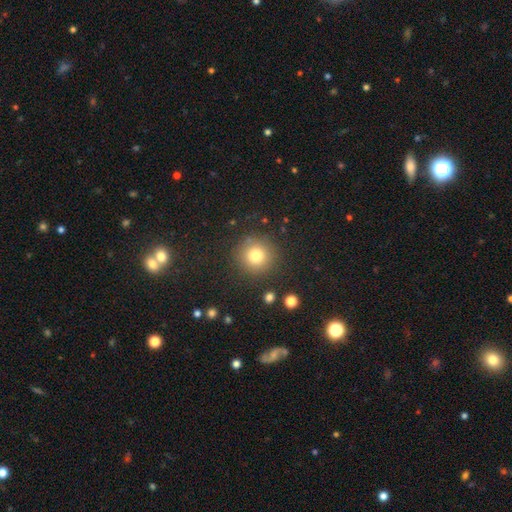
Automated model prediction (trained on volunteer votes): Smooth or featured?
  - smooth: 79% *
  - star or artifact: 13%
  - featured or disk: 8%
How rounded?
  - round: 94% *
  - in between: 5%
  - cigar-shaped: 1%
Merging?
  - none: 87% *
  - minor disturbance: 7%
  - major disturbance: 3%
  - merger: 2%